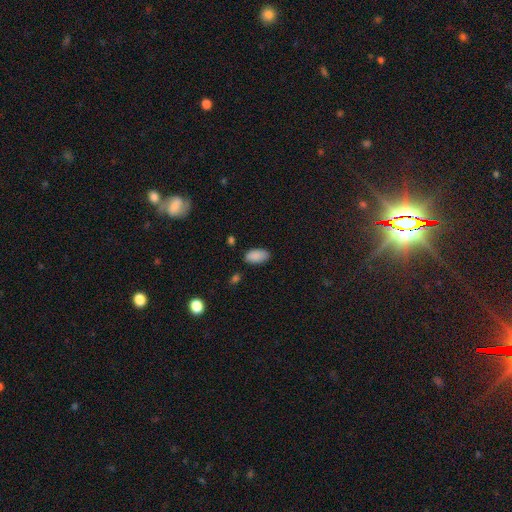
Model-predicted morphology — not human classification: smooth-or-featured: smooth: 88% | star or artifact: 8% | featured or disk: 4%
  how-rounded: in between: 94% | cigar-shaped: 3% | round: 3%
  merging: none: 82% | minor disturbance: 14% | major disturbance: 3% | merger: 2%